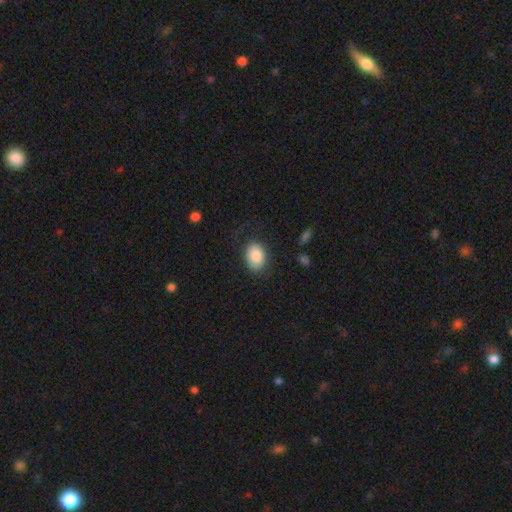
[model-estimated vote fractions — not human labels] A smooth galaxy with no disk features (85%) that is in between round and cigar-shaped (80%).

Vote fractions:
- Smooth or featured? smooth: 85% / featured or disk: 8% / star or artifact: 7%
- How rounded? in between: 80% / round: 19% / cigar-shaped: 1%
- Merging? none: 75% / minor disturbance: 16% / major disturbance: 8% / merger: 1%